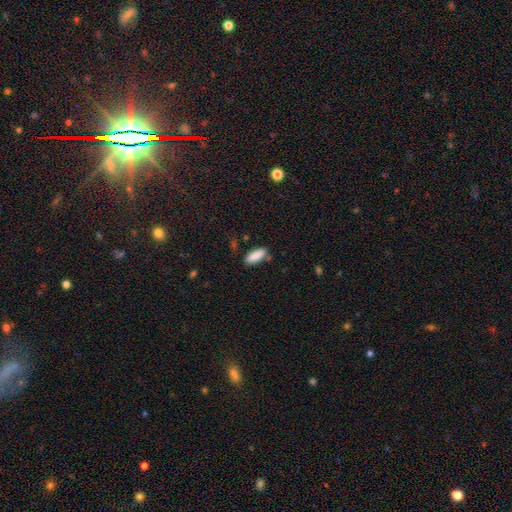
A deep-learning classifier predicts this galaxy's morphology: This appears to be a smooth galaxy with no disk features (88%) that is in between round and cigar-shaped (67%). Merging: none (78%).